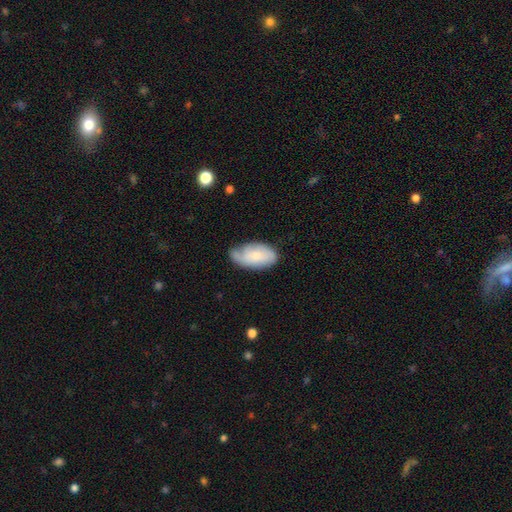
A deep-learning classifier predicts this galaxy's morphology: This is possibly a smooth galaxy (59%). How rounded: clearly in between (94%). Merging: possibly none (51%).